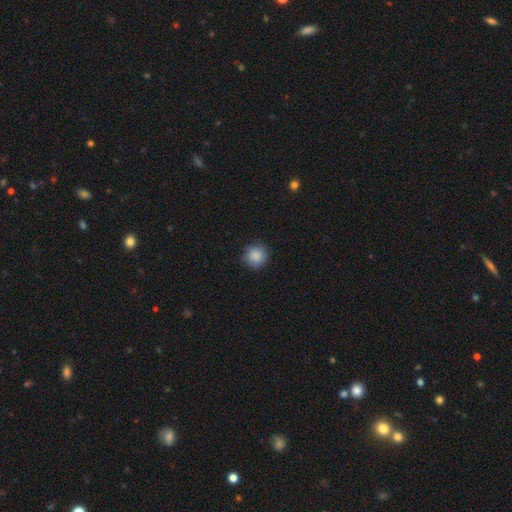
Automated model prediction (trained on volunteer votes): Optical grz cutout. It shows a smooth galaxy with no disk features (88%) that is round (92%). Merging: none (87%).